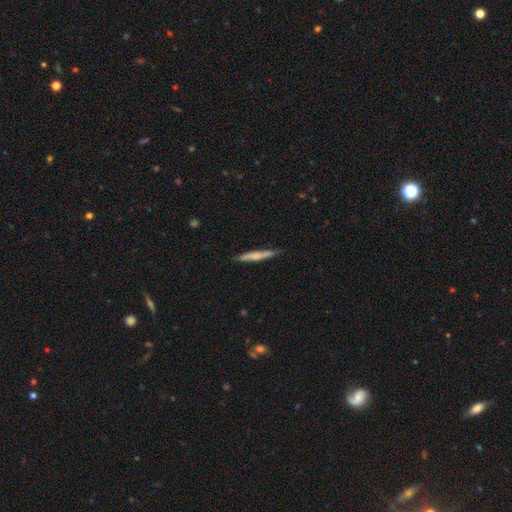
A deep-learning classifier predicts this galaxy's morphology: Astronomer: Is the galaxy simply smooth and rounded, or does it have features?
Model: smooth — 58% (runner-up: featured or disk, 36%).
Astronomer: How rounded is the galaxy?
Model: cigar-shaped — 95%.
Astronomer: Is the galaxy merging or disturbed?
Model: none — 83%.